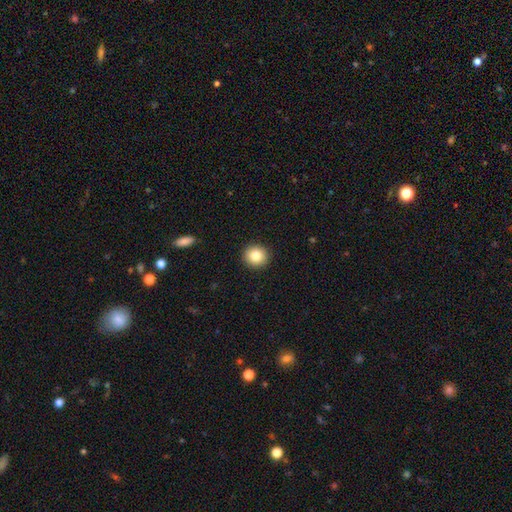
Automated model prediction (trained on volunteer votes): Smooth or featured? Predicted: smooth (p=0.83). How rounded? Predicted: round (p=0.89). Merging? Predicted: none (p=0.92).